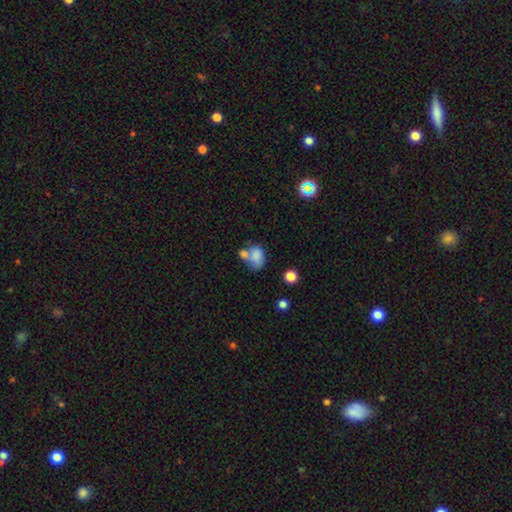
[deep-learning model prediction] A smooth galaxy with no disk features (75%) that is in between round and cigar-shaped (76%). Merging: merger (50%).